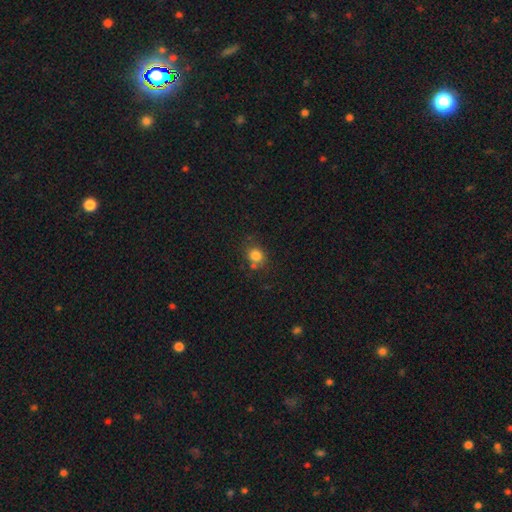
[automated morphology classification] Smooth or featured: smooth — 81% (star or artifact — 12%)
How rounded: round — 74% (in between — 25%)
Merging: none — 69% (minor disturbance — 14%)